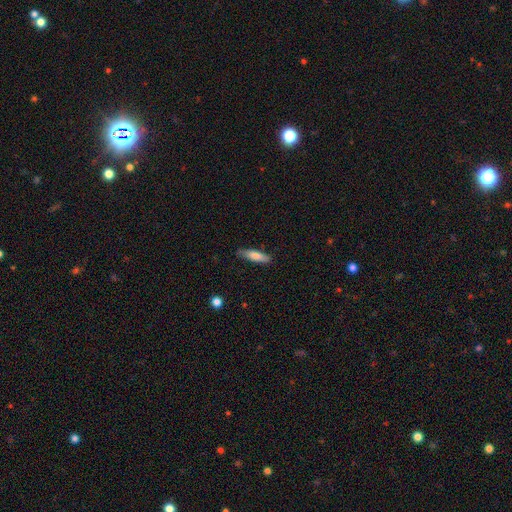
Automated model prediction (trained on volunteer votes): A smooth galaxy with no disk features (79%) that is cigar-shaped (67%).

Vote fractions:
- Smooth or featured? smooth: 79% / featured or disk: 15% / star or artifact: 6%
- How rounded? cigar-shaped: 67% / in between: 31% / round: 2%
- Merging? none: 82% / minor disturbance: 15% / major disturbance: 3% / merger: 1%